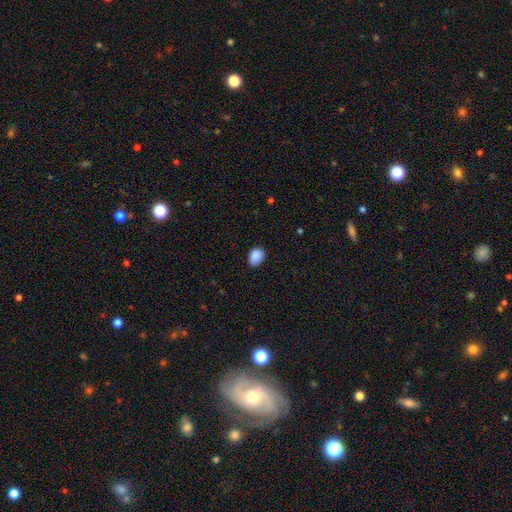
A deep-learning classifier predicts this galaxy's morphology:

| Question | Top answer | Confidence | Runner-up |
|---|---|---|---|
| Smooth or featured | smooth | 88% | star or artifact (8%) |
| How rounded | in between | 71% | round (28%) |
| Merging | none | 72% | minor disturbance (23%) |